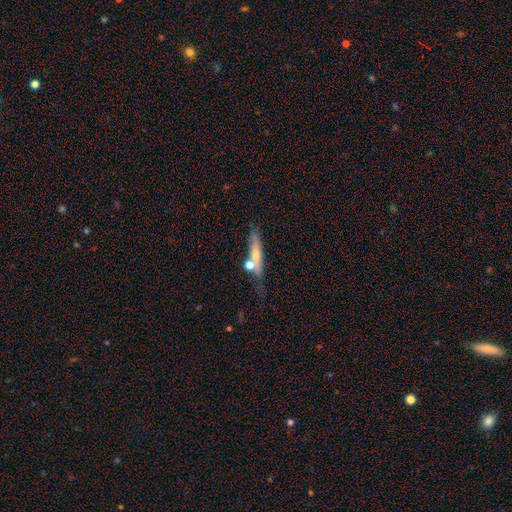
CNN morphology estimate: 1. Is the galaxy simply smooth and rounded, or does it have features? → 53% smooth, 38% featured or disk, 8% star or artifact.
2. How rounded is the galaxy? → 81% cigar-shaped, 13% in between, 6% round.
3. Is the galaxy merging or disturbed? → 55% none, 20% merger, 17% minor disturbance, 8% major disturbance.